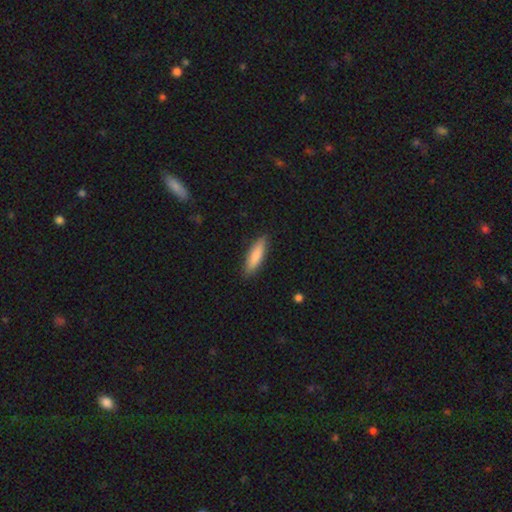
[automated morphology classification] smooth_or_featured: smooth (p=0.83) [alt: featured or disk p=0.12]
how_rounded: cigar-shaped (p=0.67) [alt: in between p=0.32]
merging: none (p=0.88) [alt: minor disturbance p=0.09]